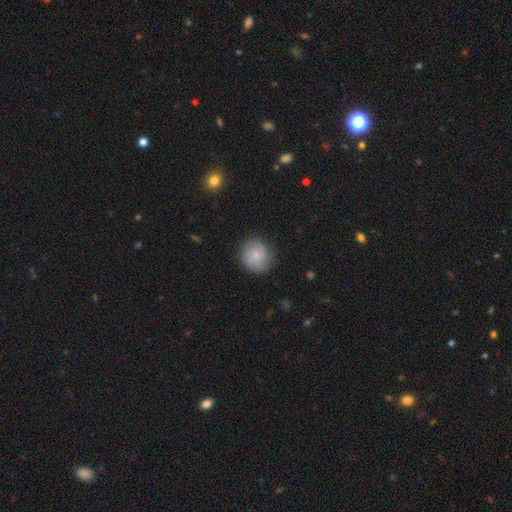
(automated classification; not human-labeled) Overall: smooth (67%). How rounded: round (89%). Merging: none (82%).